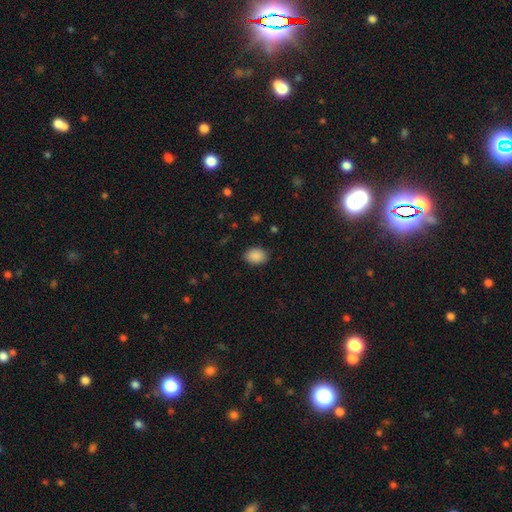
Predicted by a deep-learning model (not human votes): A smooth galaxy with no disk features (89%) that is in between round and cigar-shaped (71%).

Vote fractions:
- Smooth or featured? smooth: 89% / star or artifact: 8% / featured or disk: 3%
- How rounded? in between: 71% / round: 28% / cigar-shaped: 1%
- Merging? none: 87% / minor disturbance: 9% / major disturbance: 3% / merger: 1%